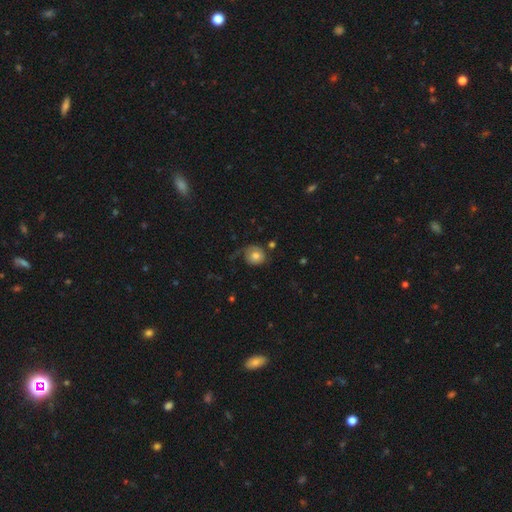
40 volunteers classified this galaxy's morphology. Volunteers were most divided on "merging": none: 69%, minor disturbance: 22%, major disturbance: 6%, merger: 3%. More confident: how rounded — round (97%); smooth or featured — smooth (72%).